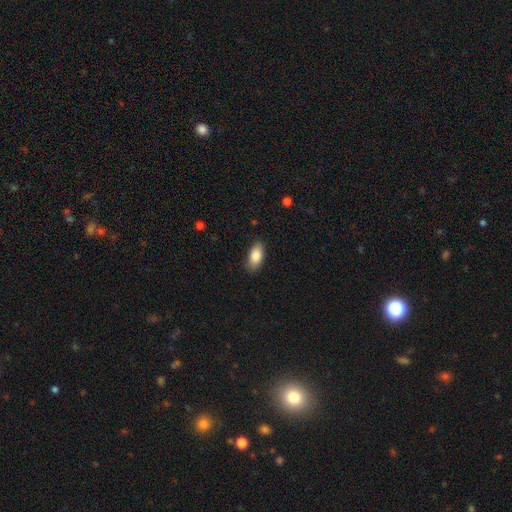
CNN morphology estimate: Smooth or featured: smooth — 84% (featured or disk — 9%)
How rounded: in between — 91% (cigar-shaped — 5%)
Merging: none — 82% (minor disturbance — 14%)